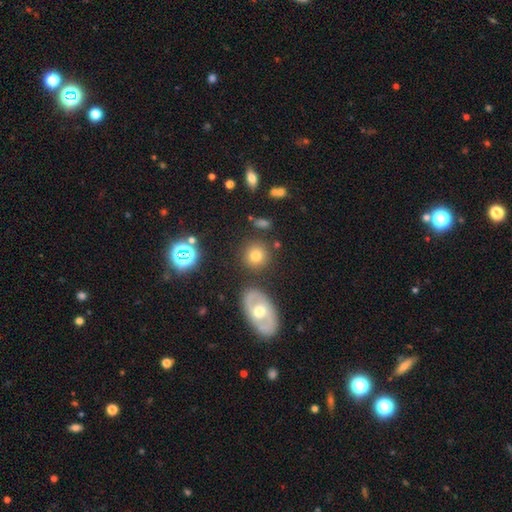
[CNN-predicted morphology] Smooth or featured? smooth (73%)
How rounded? round (87%)
Merging? none (82%)